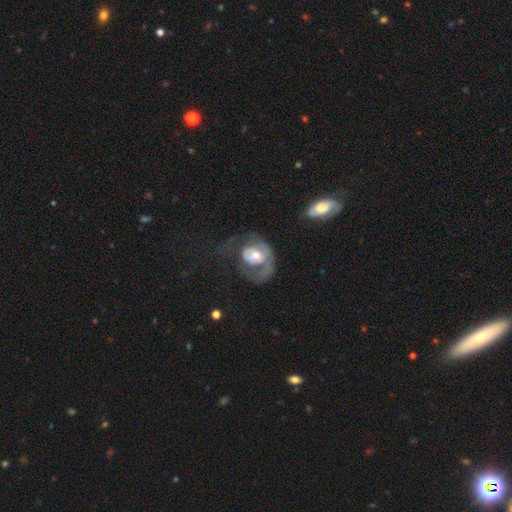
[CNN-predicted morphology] A featured or disk galaxy (58%) with no bar (76%), spiral arms (56%) and a moderate central bulge (59%). Merging: major disturbance (54%).